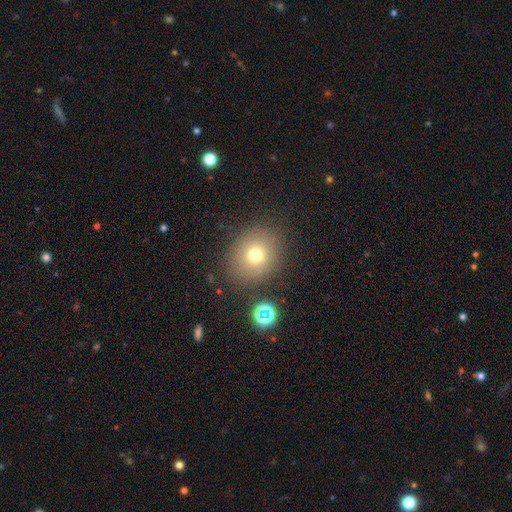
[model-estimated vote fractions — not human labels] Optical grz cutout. It shows a smooth galaxy with no disk features (70%) that is round (69%). Merging: none (84%).